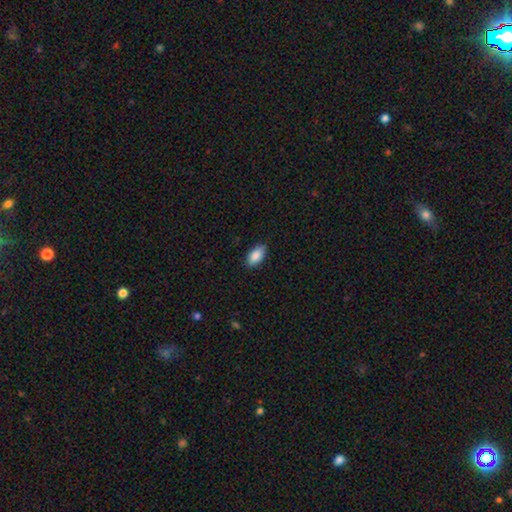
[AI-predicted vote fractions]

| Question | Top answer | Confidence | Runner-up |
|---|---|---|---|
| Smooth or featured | smooth | 88% | star or artifact (7%) |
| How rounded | in between | 94% | cigar-shaped (3%) |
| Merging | none | 87% | minor disturbance (10%) |